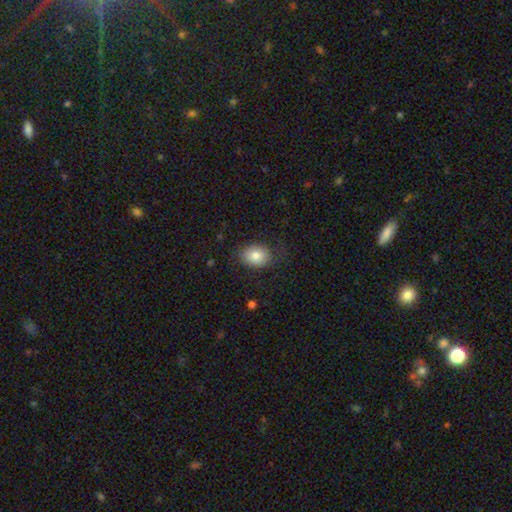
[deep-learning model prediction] The model was most divided on "how rounded": in between: 58%, round: 41%, cigar-shaped: 1%. More confident: smooth or featured — smooth (81%); merging — none (77%).